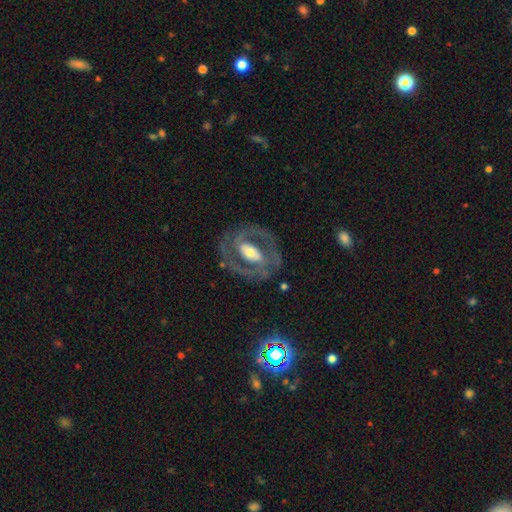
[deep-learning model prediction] A featured or disk galaxy (82%) with a strong bar (48%), 2 (80%) tight (47%) spiral arms (77%) and a moderate central bulge (59%).

Vote fractions:
- Smooth or featured? featured or disk: 82% / smooth: 10% / star or artifact: 8%
- Edge-on disk? no: 93% / yes: 7%
- Bar? strong: 48% / weak: 33% / no: 19%
- Spiral arms? yes: 77% / no: 23%
- Spiral winding? tight: 47% / medium: 42% / loose: 11%
- Spiral arm count? 2: 80% / can't tell: 11% / 1: 3% / 3: 3% / 4: 1% / more than 4: 1%
- Bulge size? moderate: 59% / small: 21% / large: 16% / none: 2% / dominant: 2%
- Merging? none: 78% / minor disturbance: 12% / major disturbance: 8% / merger: 2%